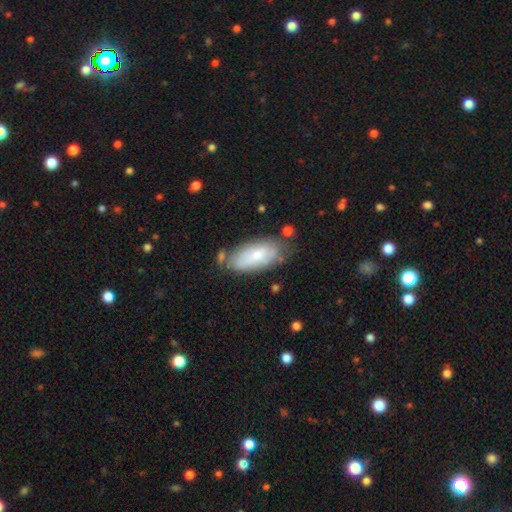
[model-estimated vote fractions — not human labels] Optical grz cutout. It shows a smooth galaxy with no disk features (64%) that is in between round and cigar-shaped (89%). Merging: none (63%).